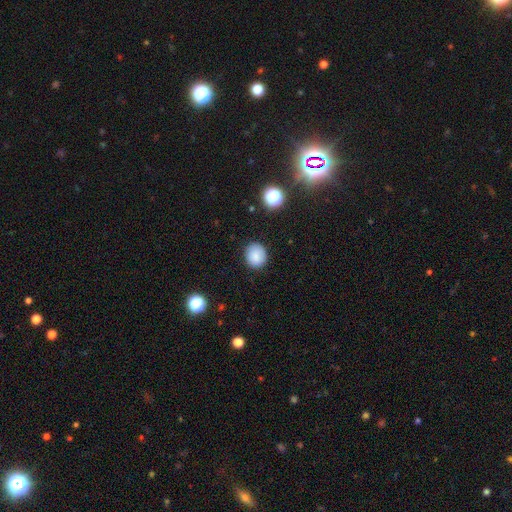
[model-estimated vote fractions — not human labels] smooth_or_featured: smooth (p=0.84) [alt: star or artifact p=0.10]
how_rounded: round (p=0.71) [alt: in between p=0.28]
merging: none (p=0.85) [alt: minor disturbance p=0.11]